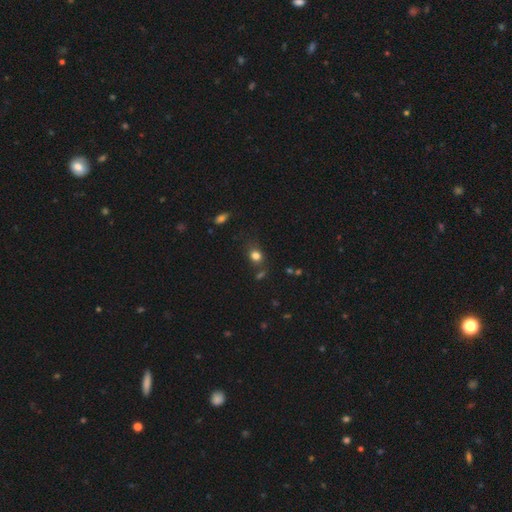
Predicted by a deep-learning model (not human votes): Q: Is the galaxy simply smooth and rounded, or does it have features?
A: smooth — 80%.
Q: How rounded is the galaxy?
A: round — 59%.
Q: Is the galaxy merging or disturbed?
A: none — 71%.